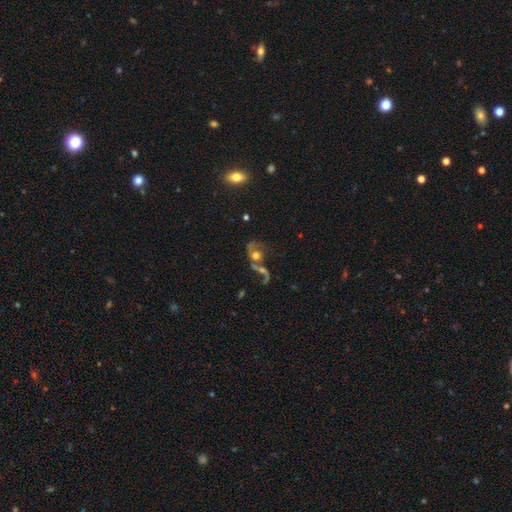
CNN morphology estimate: This appears to be a featured or disk galaxy (61%) with no bar (76%), spiral arms (71%) and a moderate central bulge (51%). Merging: merger (58%).